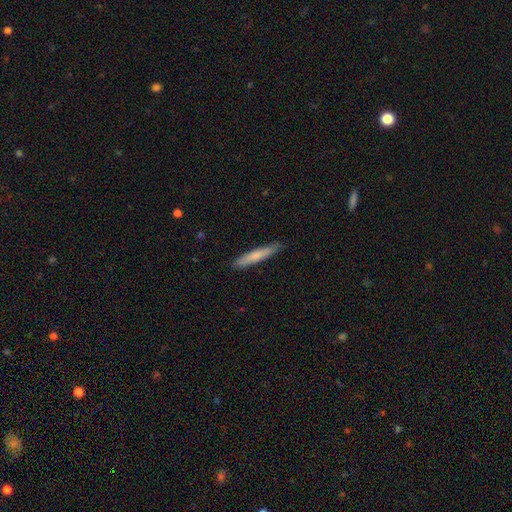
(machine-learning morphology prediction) Q: Smooth or featured?
A: smooth (69%); runner-up: featured or disk (25%)
Q: How rounded?
A: cigar-shaped (94%); runner-up: in between (5%)
Q: Merging?
A: none (87%); runner-up: minor disturbance (11%)